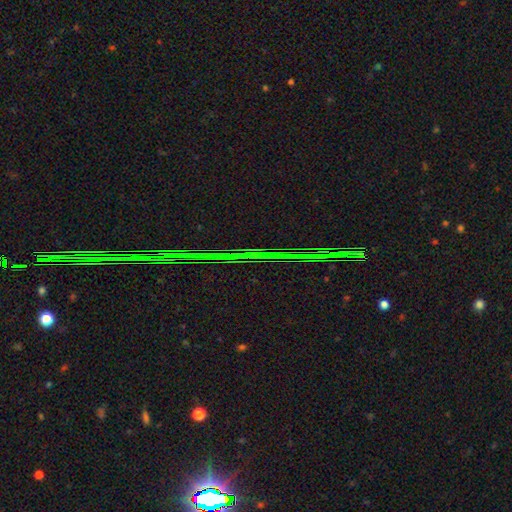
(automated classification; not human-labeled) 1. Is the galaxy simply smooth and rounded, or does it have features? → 86% star or artifact, 8% featured or disk, 6% smooth.